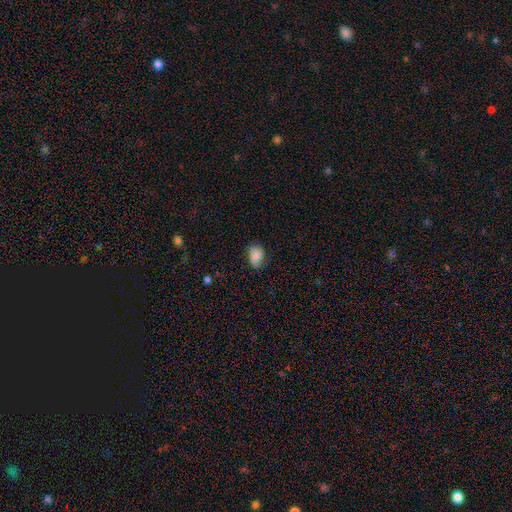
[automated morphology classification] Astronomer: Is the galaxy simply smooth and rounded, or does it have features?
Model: smooth — 75%.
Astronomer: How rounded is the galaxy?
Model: in between — 78%.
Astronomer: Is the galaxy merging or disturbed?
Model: none — 62%.